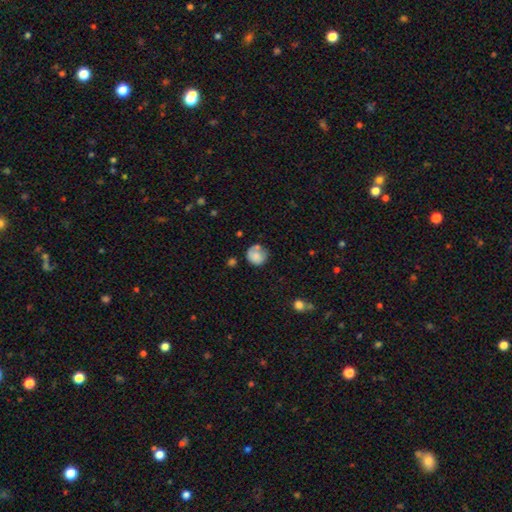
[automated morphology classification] Overall: smooth (76%). How rounded: round (81%). Merging: none (55%; minor disturbance 26%).